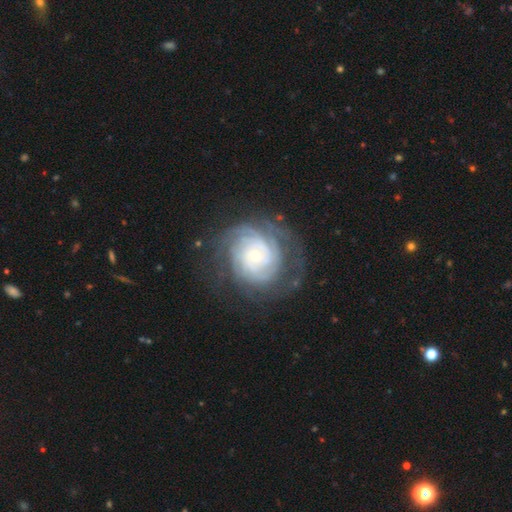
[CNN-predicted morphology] Smooth or featured? Predicted: featured or disk (p=0.85). Edge-on disk? Predicted: no (p=0.97). Bar? Predicted: no (p=0.74). Spiral arms? Predicted: yes (p=0.96). Spiral winding? Predicted: tight (p=0.78). Spiral arm count? Predicted: can't tell (p=0.37). Bulge size? Predicted: small (p=0.60). Merging? Predicted: none (p=0.71).